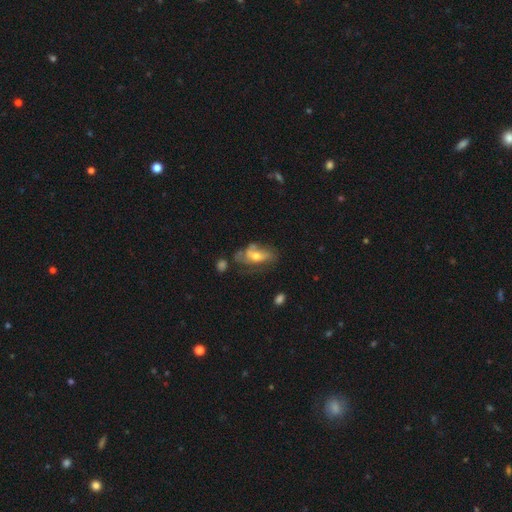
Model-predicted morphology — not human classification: Q: Smooth or featured?
A: featured or disk (53%); runner-up: smooth (38%)
Q: Edge-on disk?
A: no (87%); runner-up: yes (13%)
Q: Merging?
A: none (38%); runner-up: minor disturbance (27%)